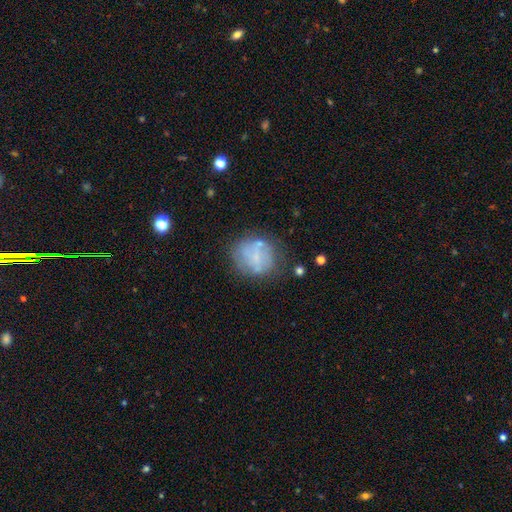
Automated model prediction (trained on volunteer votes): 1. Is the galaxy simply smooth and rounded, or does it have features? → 48% smooth, 41% featured or disk, 10% star or artifact.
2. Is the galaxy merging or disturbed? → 57% none, 22% minor disturbance, 13% major disturbance, 8% merger.